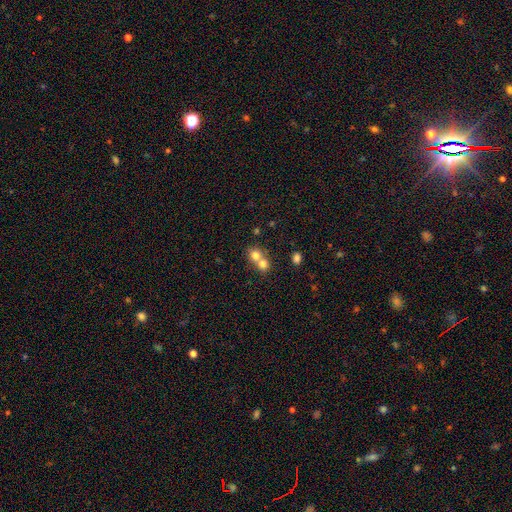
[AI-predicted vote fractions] A smooth galaxy with no disk features (75%) that is round (79%).

Vote fractions:
- Smooth or featured? smooth: 75% / featured or disk: 14% / star or artifact: 11%
- How rounded? round: 79% / in between: 19% / cigar-shaped: 1%
- Merging? merger: 62% / none: 31% / minor disturbance: 4% / major disturbance: 2%